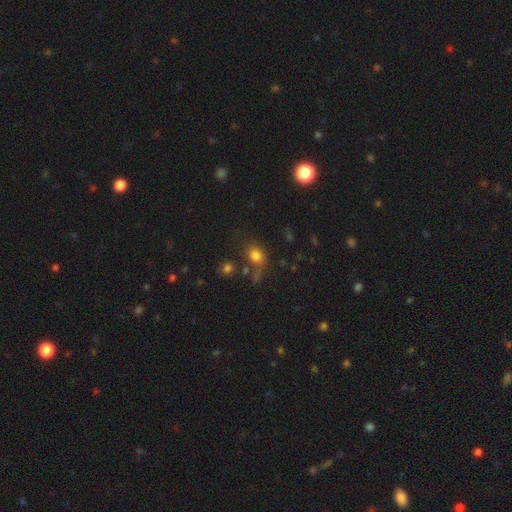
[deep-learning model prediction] Morphology: type=smooth (78%); roundness=in between (54%); merging=none (57%).